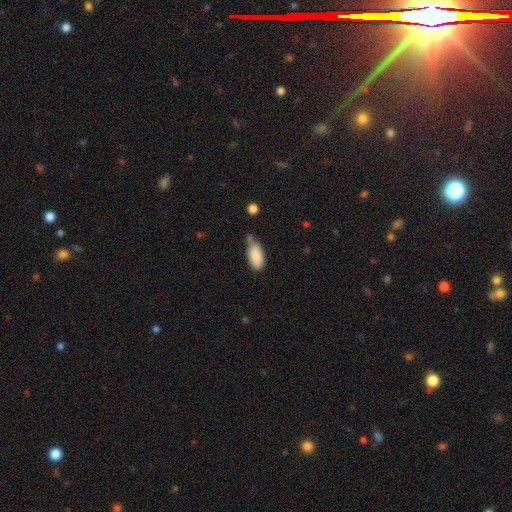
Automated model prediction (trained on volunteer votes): A smooth galaxy with no disk features (85%) that is in between round and cigar-shaped (90%).

Vote fractions:
- Smooth or featured? smooth: 85% / featured or disk: 8% / star or artifact: 7%
- How rounded? in between: 90% / cigar-shaped: 8% / round: 2%
- Merging? none: 56% / minor disturbance: 27% / merger: 12% / major disturbance: 6%